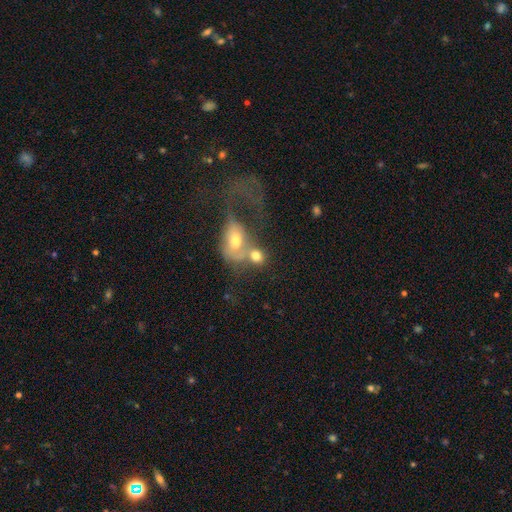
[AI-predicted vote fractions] The model was most divided on "how rounded": round: 56%, in between: 42%, cigar-shaped: 2%. More confident: smooth or featured — smooth (69%); merging — merger (58%).